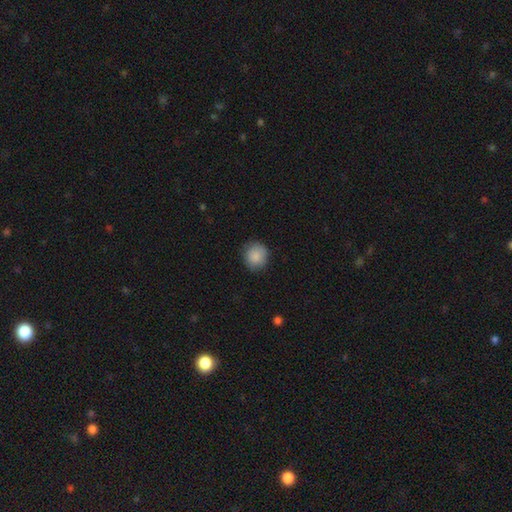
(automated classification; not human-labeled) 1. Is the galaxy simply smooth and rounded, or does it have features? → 89% smooth, 8% star or artifact, 4% featured or disk.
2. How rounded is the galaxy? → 89% round, 10% in between, 1% cigar-shaped.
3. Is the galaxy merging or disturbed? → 87% none, 10% minor disturbance, 2% major disturbance, 1% merger.